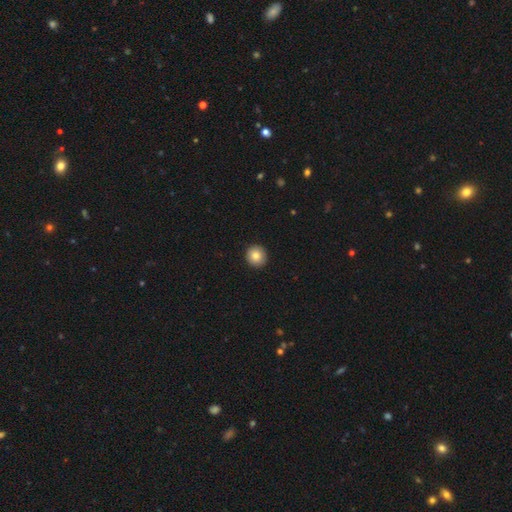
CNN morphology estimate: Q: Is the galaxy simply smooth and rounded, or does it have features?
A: smooth — 84%.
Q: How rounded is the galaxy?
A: round — 92%.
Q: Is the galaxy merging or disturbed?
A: none — 93%.